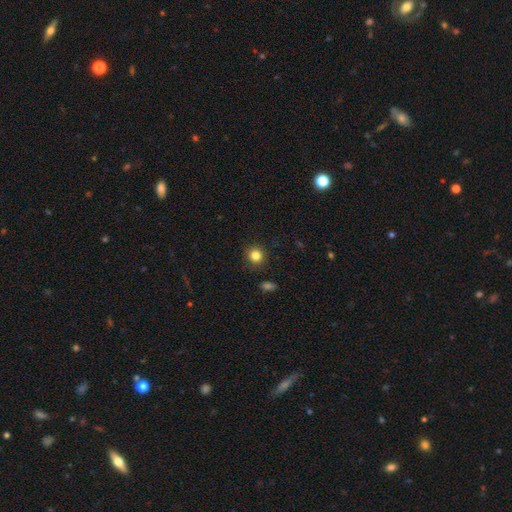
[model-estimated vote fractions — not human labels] A smooth galaxy with no disk features (83%) that is round (90%).

Vote fractions:
- Smooth or featured? smooth: 83% / star or artifact: 12% / featured or disk: 5%
- How rounded? round: 90% / in between: 9% / cigar-shaped: 1%
- Merging? none: 90% / minor disturbance: 7% / major disturbance: 2% / merger: 1%